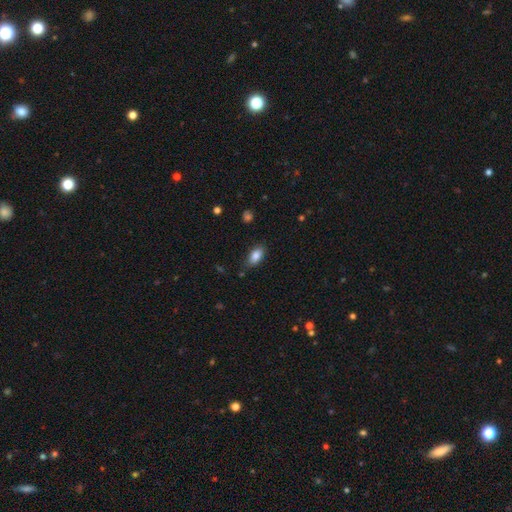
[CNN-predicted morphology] type=smooth (84%); roundness=in between (90%); merging=none (81%).